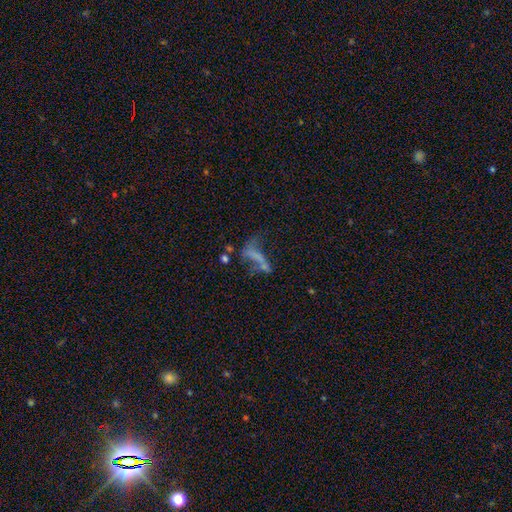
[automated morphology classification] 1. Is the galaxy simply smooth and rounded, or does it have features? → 41% smooth, 39% featured or disk, 19% star or artifact.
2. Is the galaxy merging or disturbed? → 35% major disturbance, 28% merger, 24% none, 13% minor disturbance.